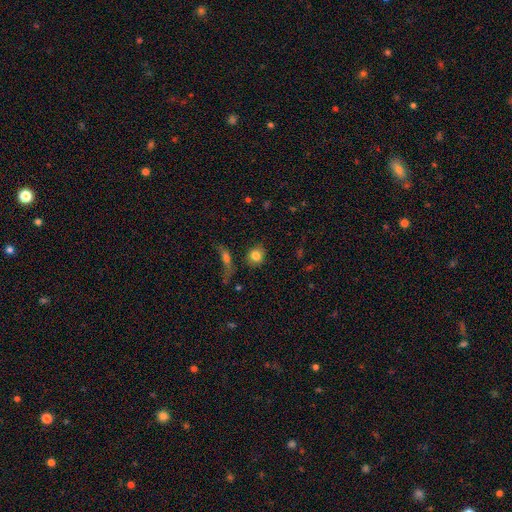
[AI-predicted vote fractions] Overall: smooth (82%). How rounded: round (76%). Merging: none (80%).